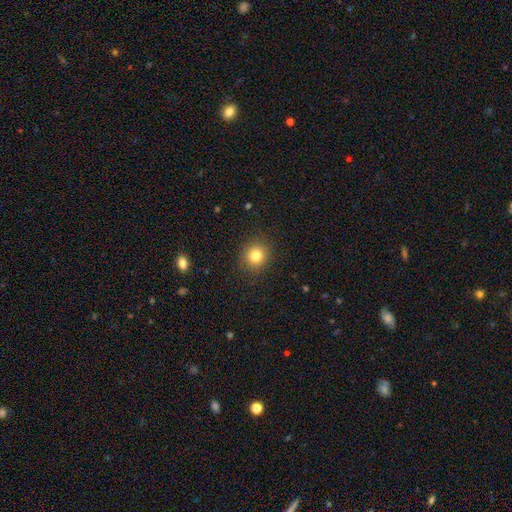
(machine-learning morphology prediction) A smooth galaxy with no disk features (81%) that is round (84%). Merging: none (89%).